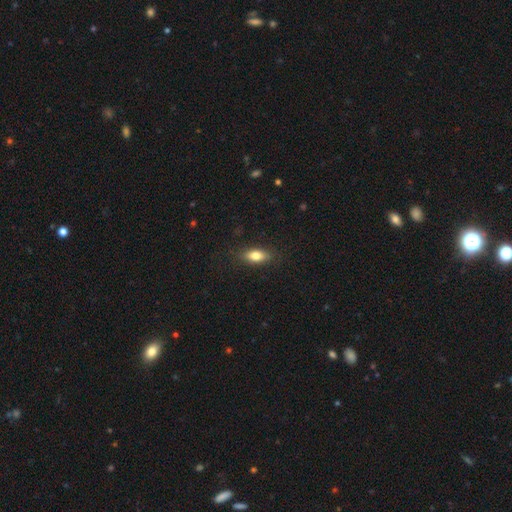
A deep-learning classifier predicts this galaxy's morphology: Smooth or featured?
  - smooth: 79% *
  - featured or disk: 14%
  - star or artifact: 8%
How rounded?
  - in between: 80% *
  - cigar-shaped: 16%
  - round: 4%
Merging?
  - none: 84% *
  - minor disturbance: 12%
  - major disturbance: 3%
  - merger: 1%